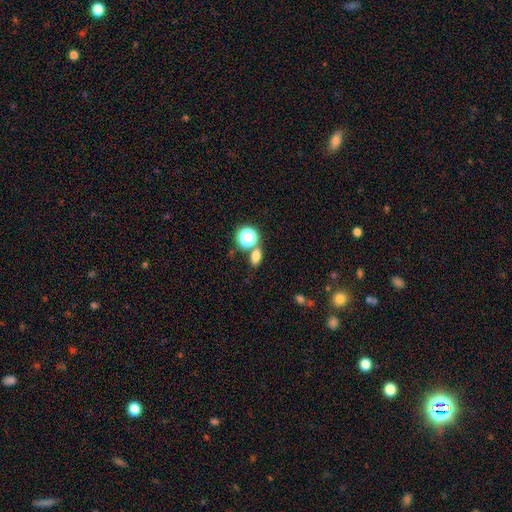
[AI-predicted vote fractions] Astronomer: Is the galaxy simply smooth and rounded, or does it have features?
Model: smooth — 73%.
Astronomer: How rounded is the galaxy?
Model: in between — 70%.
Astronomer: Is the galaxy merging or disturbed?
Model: none — 66%.